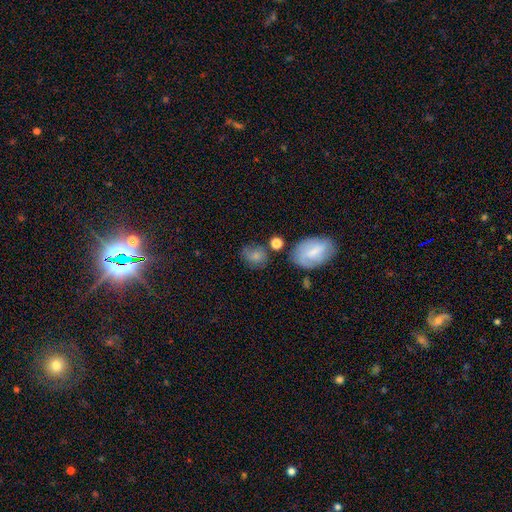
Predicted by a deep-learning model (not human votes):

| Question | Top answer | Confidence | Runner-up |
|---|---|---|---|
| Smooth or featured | smooth | 70% | featured or disk (20%) |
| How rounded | round | 59% | in between (39%) |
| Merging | none | 60% | minor disturbance (21%) |